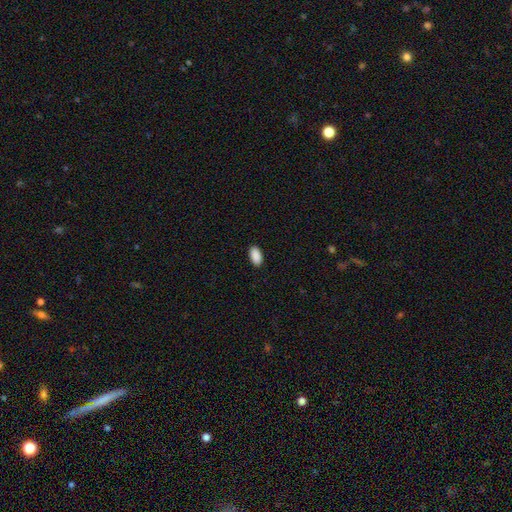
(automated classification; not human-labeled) Smooth or featured: smooth — 91% (star or artifact — 7%)
How rounded: in between — 95% (round — 3%)
Merging: none — 90% (minor disturbance — 7%)